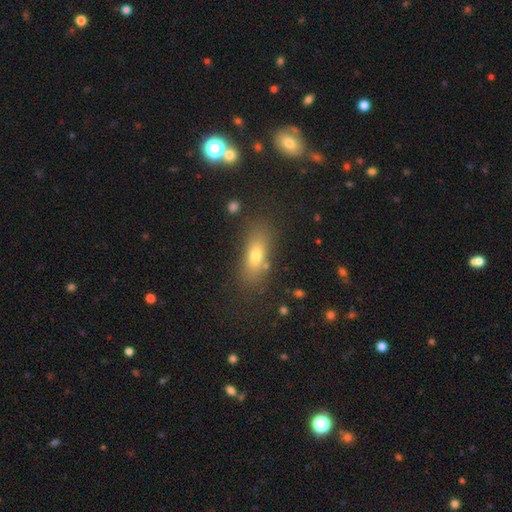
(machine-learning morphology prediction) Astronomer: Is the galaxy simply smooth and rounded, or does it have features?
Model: smooth — 65%.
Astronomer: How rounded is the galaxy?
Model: in between — 66%.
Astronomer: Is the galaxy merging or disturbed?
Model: none — 78%.